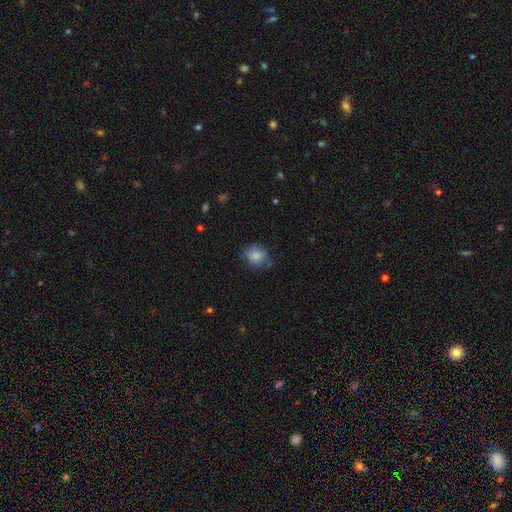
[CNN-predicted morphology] type=smooth (83%); roundness=round (72%); merging=none (73%).